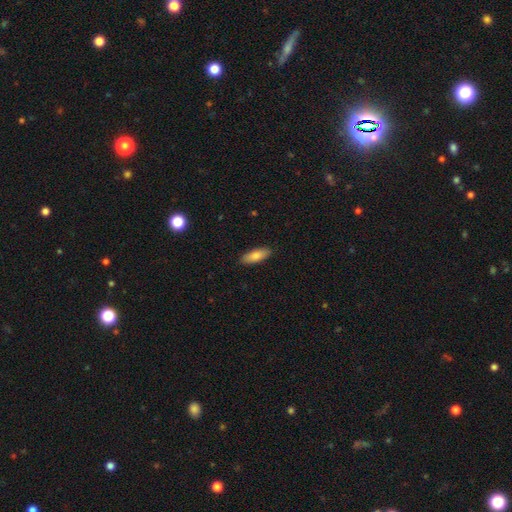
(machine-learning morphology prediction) Smooth or featured? Predicted: smooth (p=0.82). How rounded? Predicted: in between (p=0.71). Merging? Predicted: none (p=0.89).